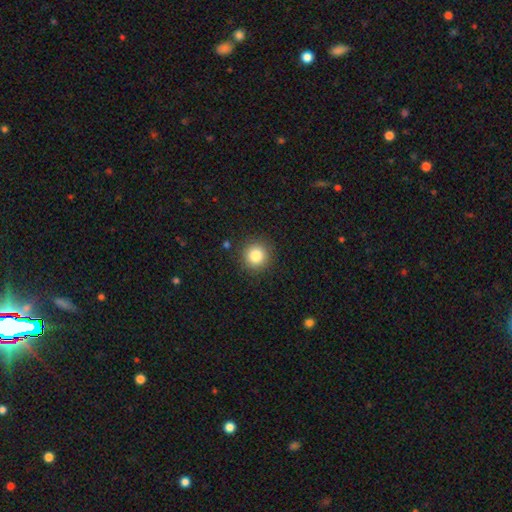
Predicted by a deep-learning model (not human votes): Morphology: type=smooth (83%); roundness=round (94%); merging=none (90%).